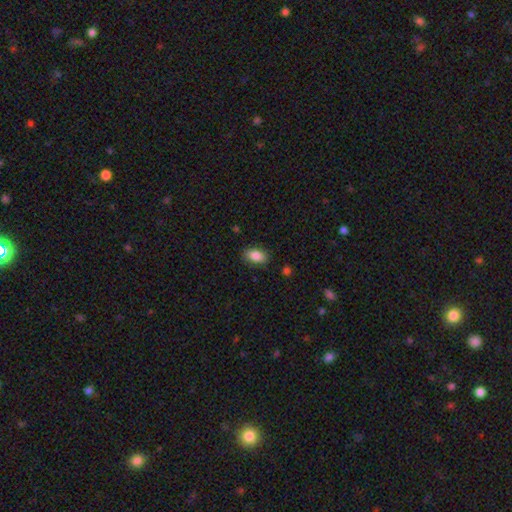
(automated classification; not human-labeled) This is clearly a smooth galaxy (86%). How rounded: clearly in between (90%). Merging: clearly none (86%).